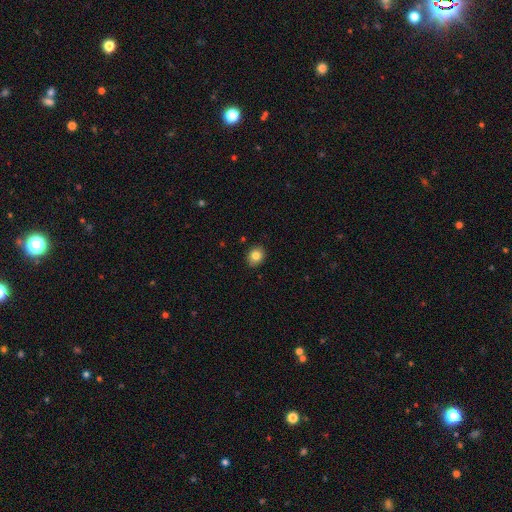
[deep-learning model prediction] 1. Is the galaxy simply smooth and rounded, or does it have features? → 83% smooth, 10% star or artifact, 7% featured or disk.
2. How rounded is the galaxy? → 66% round, 33% in between, 1% cigar-shaped.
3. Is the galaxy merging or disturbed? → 89% none, 8% minor disturbance, 2% major disturbance, 1% merger.